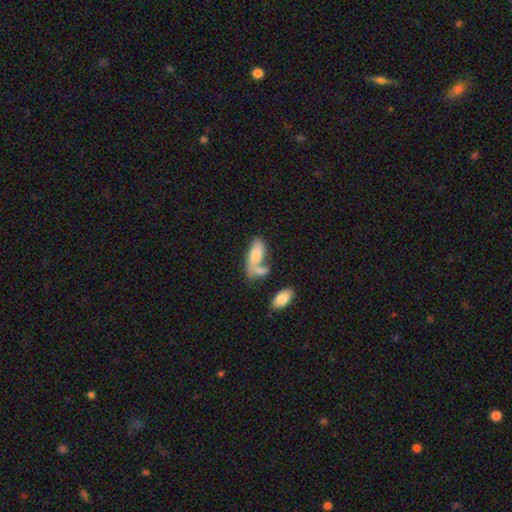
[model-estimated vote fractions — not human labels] Smooth or featured? Predicted: smooth (p=0.65). How rounded? Predicted: in between (p=0.82). Merging? Predicted: merger (p=0.46).